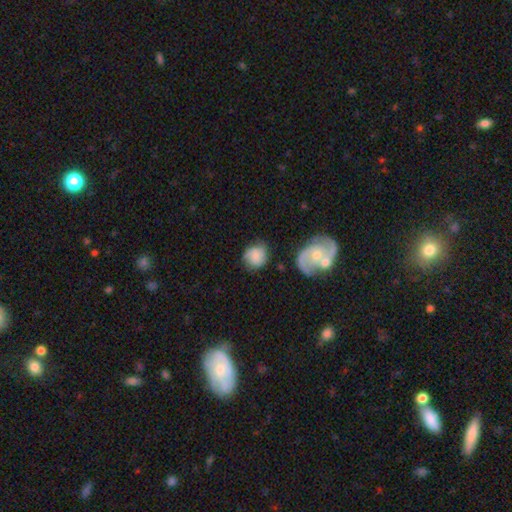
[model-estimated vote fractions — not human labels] Morphology: type=smooth (56%); roundness=round (77%); merging=none (63%).